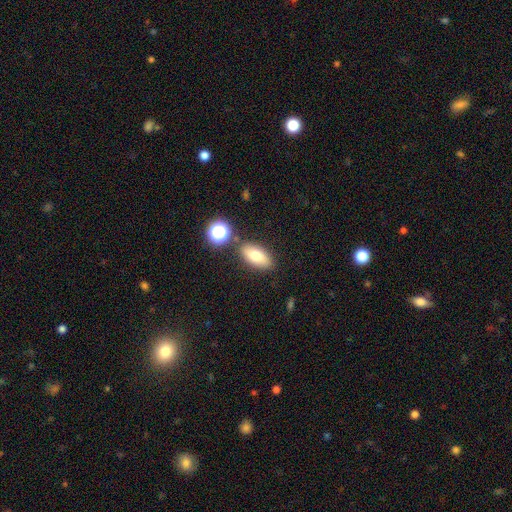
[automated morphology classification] smooth-or-featured: smooth: 73% | featured or disk: 16% | star or artifact: 10%
  how-rounded: in between: 84% | cigar-shaped: 9% | round: 7%
  merging: none: 81% | minor disturbance: 10% | merger: 6% | major disturbance: 3%